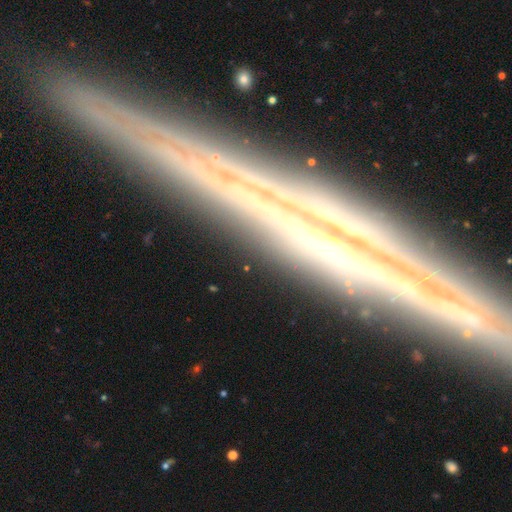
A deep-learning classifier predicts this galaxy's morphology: featured or disk 75%, star or artifact 13%, smooth 11%. Down the decision tree: edge-on disk — yes (93%); edge-on bulge — none (51%); merging — none (89%).